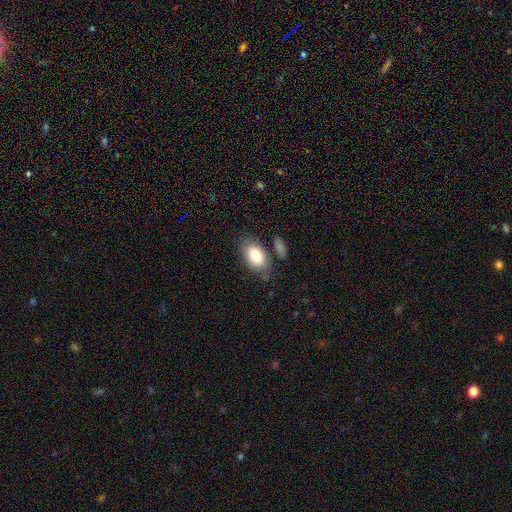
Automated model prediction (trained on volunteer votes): Smooth or featured: smooth — 82% (featured or disk — 11%)
How rounded: in between — 92% (round — 6%)
Merging: none — 69% (minor disturbance — 18%)